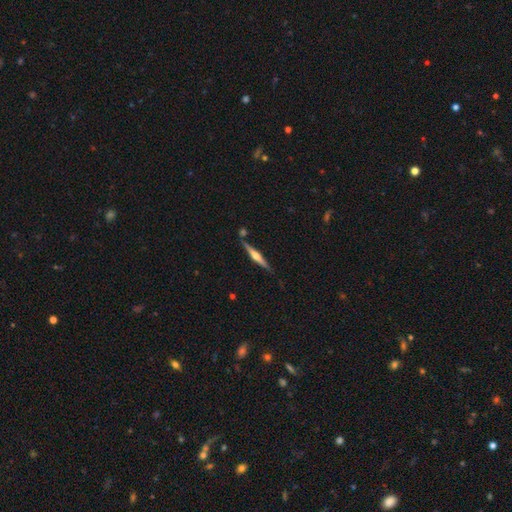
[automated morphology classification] A featured or disk galaxy (72%) viewed edge-on (98%) with a rounded central bulge (86%). Merging: none (81%).